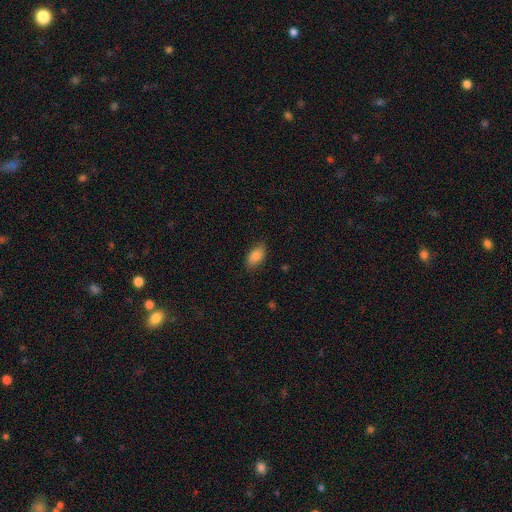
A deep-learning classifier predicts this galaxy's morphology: Smooth or featured: smooth — 85% (featured or disk — 8%)
How rounded: in between — 92% (round — 4%)
Merging: none — 82% (minor disturbance — 14%)